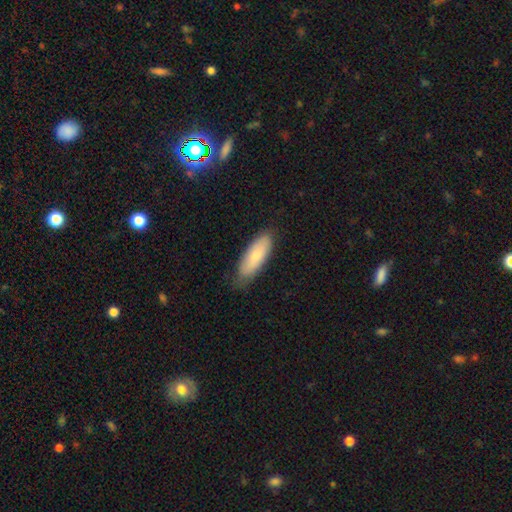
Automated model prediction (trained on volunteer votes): Smooth or featured? smooth (78%)
How rounded? in between (65%)
Merging? none (76%)